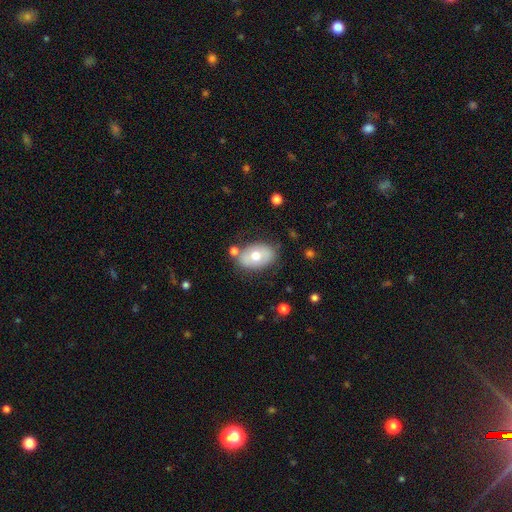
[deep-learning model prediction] Smooth or featured? smooth (63%)
How rounded? in between (87%)
Merging? none (72%)